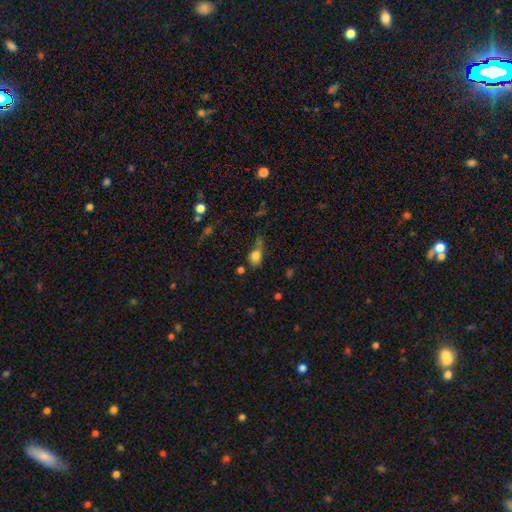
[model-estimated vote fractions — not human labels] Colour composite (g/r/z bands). It shows a smooth galaxy with no disk features (78%) that is in between round and cigar-shaped (63%). Merging: none (34%).